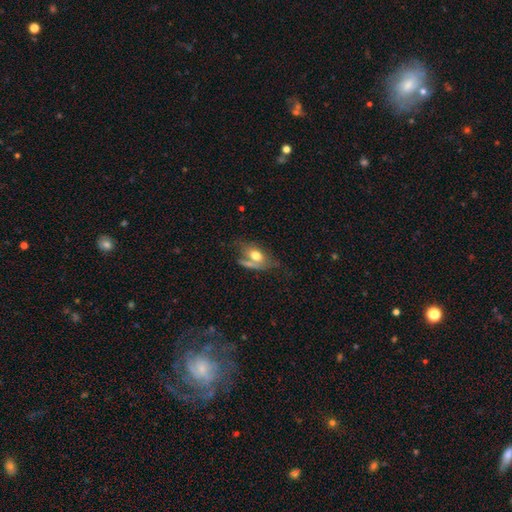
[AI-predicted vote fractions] Smooth or featured: smooth — 67% (featured or disk — 26%)
How rounded: in between — 81% (round — 12%)
Merging: none — 40% (merger — 25%)